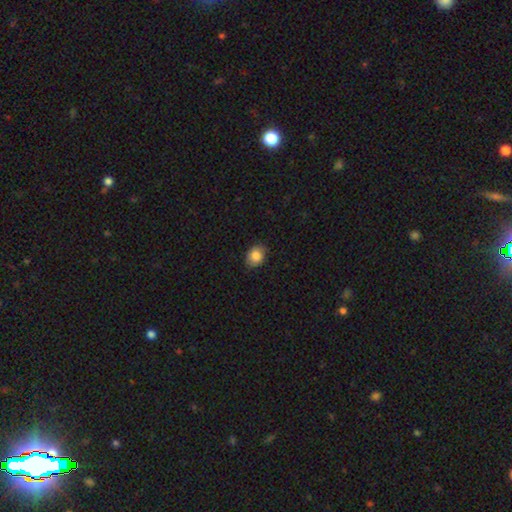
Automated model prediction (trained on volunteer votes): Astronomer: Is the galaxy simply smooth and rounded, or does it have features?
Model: smooth — 85%.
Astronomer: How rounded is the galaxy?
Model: in between — 58% (runner-up: round, 41%).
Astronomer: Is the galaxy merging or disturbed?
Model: none — 82%.